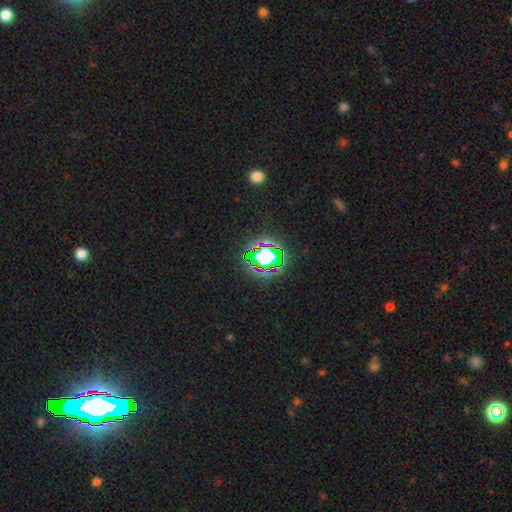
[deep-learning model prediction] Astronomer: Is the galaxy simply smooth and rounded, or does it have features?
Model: star or artifact — 81%.